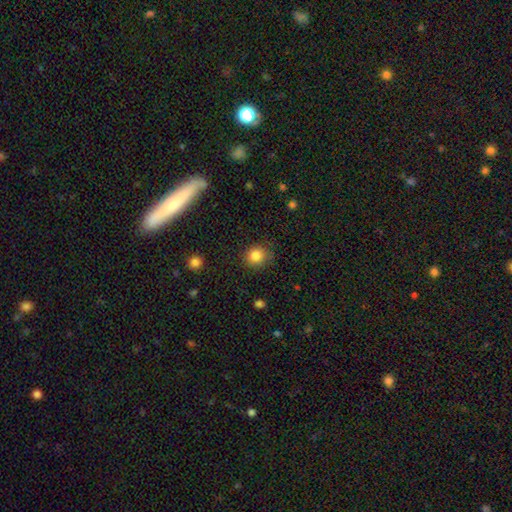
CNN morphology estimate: smooth-or-featured: smooth: 84% | star or artifact: 11% | featured or disk: 5%
  how-rounded: round: 85% | in between: 15% | cigar-shaped: 1%
  merging: none: 84% | minor disturbance: 11% | major disturbance: 3% | merger: 1%